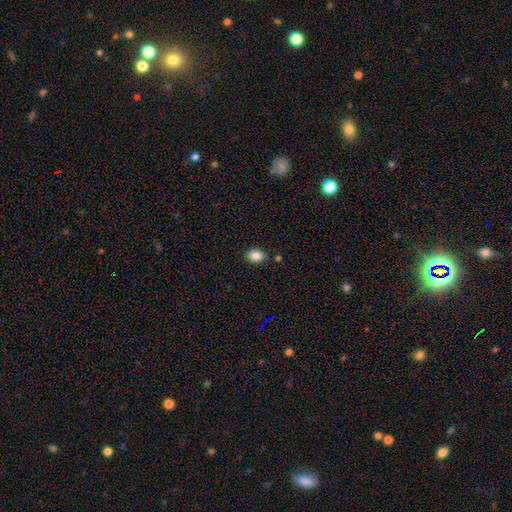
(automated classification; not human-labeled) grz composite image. It shows a smooth galaxy with no disk features (85%) that is in between round and cigar-shaped (67%). Merging: none (85%).